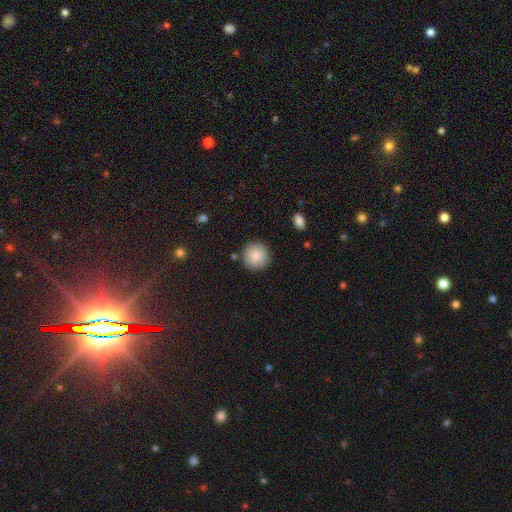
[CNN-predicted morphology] smooth_or_featured: smooth (p=0.86) [alt: star or artifact p=0.08]
how_rounded: round (p=0.95) [alt: in between p=0.04]
merging: none (p=0.90) [alt: minor disturbance p=0.07]